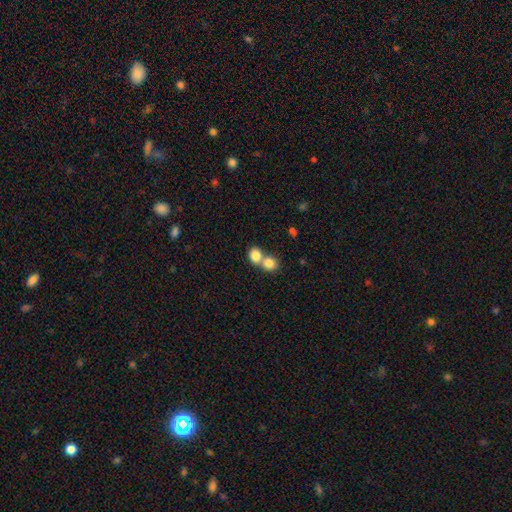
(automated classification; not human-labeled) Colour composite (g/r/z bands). It shows a smooth galaxy with no disk features (82%) that is round (72%). Merging: merger (62%).